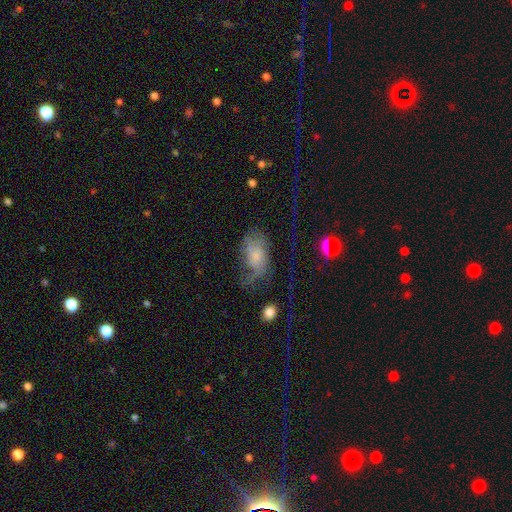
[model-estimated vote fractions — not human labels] A featured or disk galaxy (49%). Merging: major disturbance (41%).